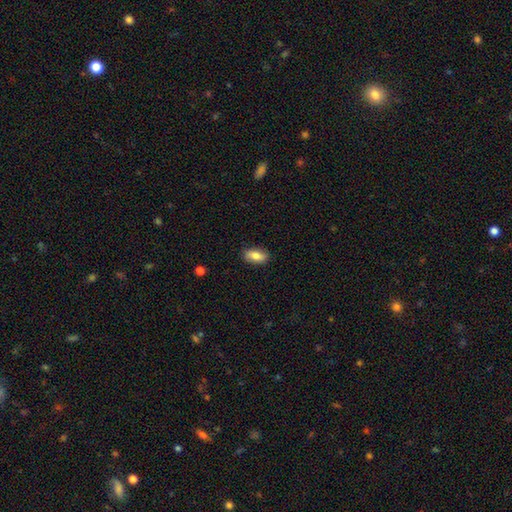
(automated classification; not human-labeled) Smooth or featured? Predicted: smooth (p=0.80). How rounded? Predicted: in between (p=0.87). Merging? Predicted: none (p=0.86).